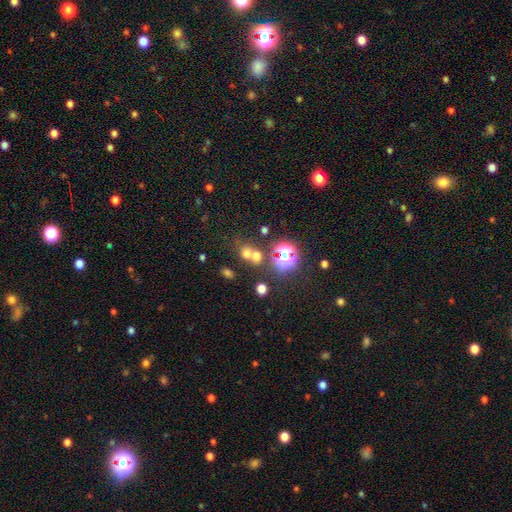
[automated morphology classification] Smooth or featured? smooth (56%)
How rounded? round (71%)
Merging? none (47%)